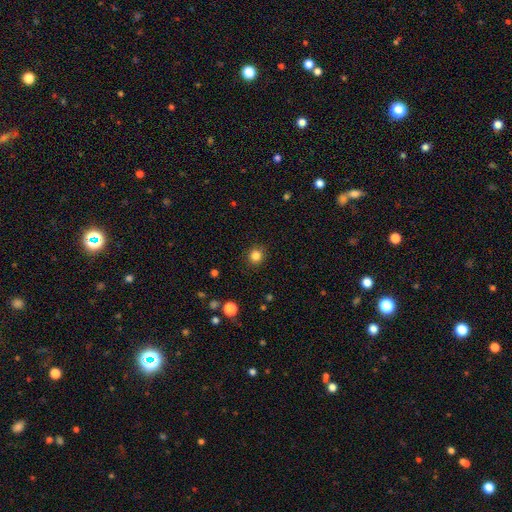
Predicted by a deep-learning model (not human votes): The model was most divided on "smooth or featured": smooth: 84%, star or artifact: 12%, featured or disk: 4%. More confident: merging — none (90%); how rounded — round (89%).